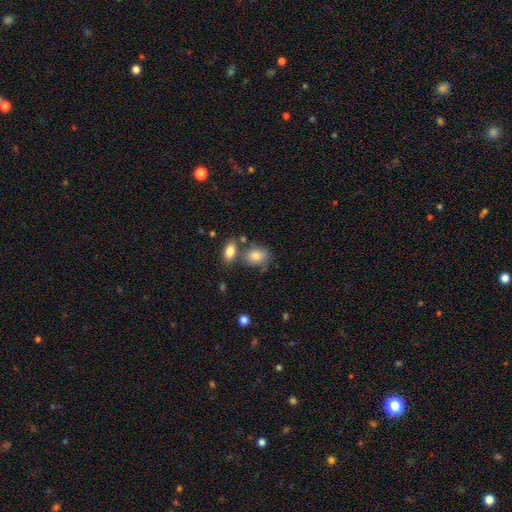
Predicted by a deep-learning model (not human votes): Smooth or featured? smooth (83%)
How rounded? in between (71%)
Merging? none (58%)